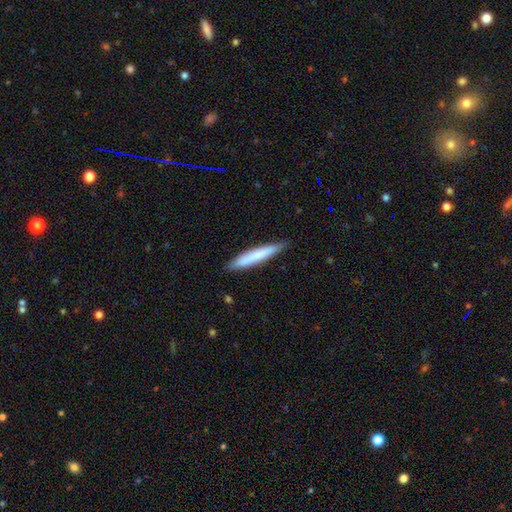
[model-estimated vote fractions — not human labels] Smooth or featured: smooth — 74% (featured or disk — 20%)
How rounded: cigar-shaped — 94% (in between — 5%)
Merging: none — 87% (minor disturbance — 10%)